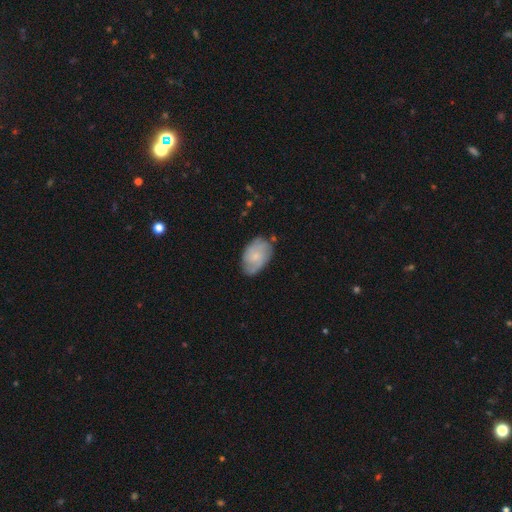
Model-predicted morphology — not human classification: A smooth galaxy with no disk features (49%). Merging: none (70%).